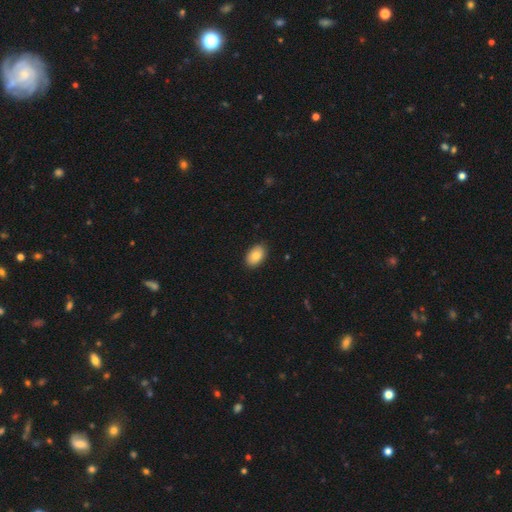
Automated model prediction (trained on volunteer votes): smooth-or-featured: smooth: 84% | featured or disk: 9% | star or artifact: 7%
  how-rounded: in between: 90% | round: 8% | cigar-shaped: 1%
  merging: none: 88% | minor disturbance: 9% | major disturbance: 2% | merger: 1%